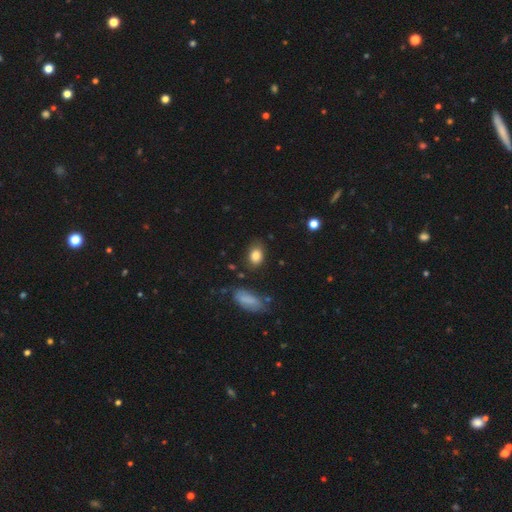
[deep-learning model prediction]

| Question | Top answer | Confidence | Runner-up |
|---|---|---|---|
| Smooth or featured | smooth | 84% | star or artifact (9%) |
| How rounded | in between | 77% | round (21%) |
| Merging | none | 76% | minor disturbance (17%) |